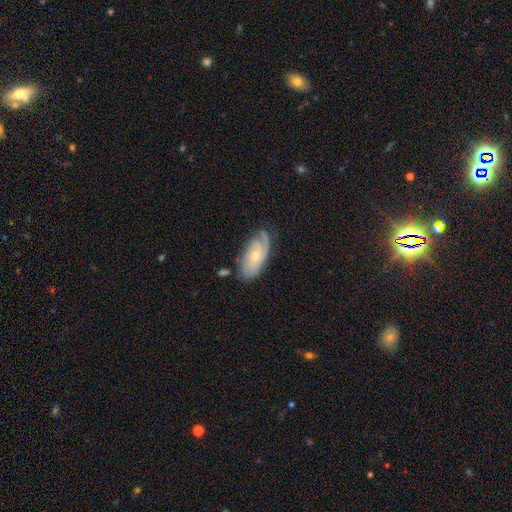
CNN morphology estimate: A featured or disk galaxy (71%) with no bar (75%), tight (60%) spiral arms (90%) and a small central bulge (56%). Merging: none (65%).